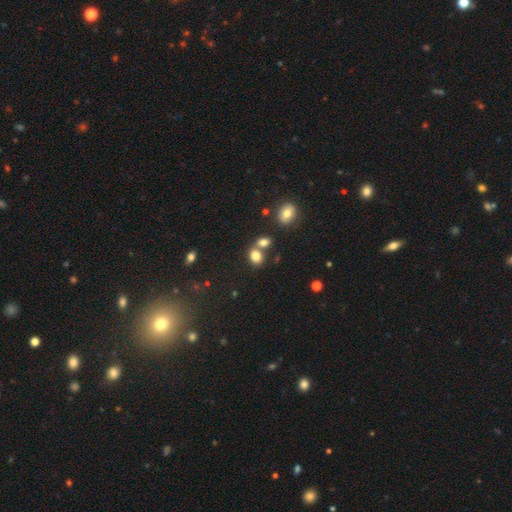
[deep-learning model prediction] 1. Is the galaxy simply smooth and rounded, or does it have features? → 80% smooth, 12% star or artifact, 8% featured or disk.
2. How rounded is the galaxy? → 57% in between, 42% round, 1% cigar-shaped.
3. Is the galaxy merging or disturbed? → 51% none, 35% merger, 10% minor disturbance, 4% major disturbance.